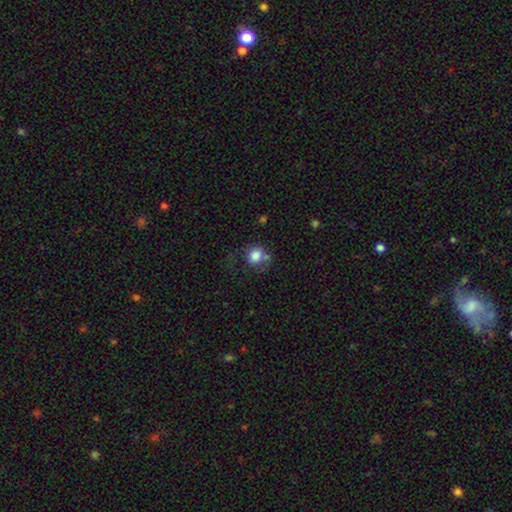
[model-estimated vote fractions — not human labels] Overall: smooth (80%). How rounded: round (74%). Merging: none (49%; minor disturbance 21%).